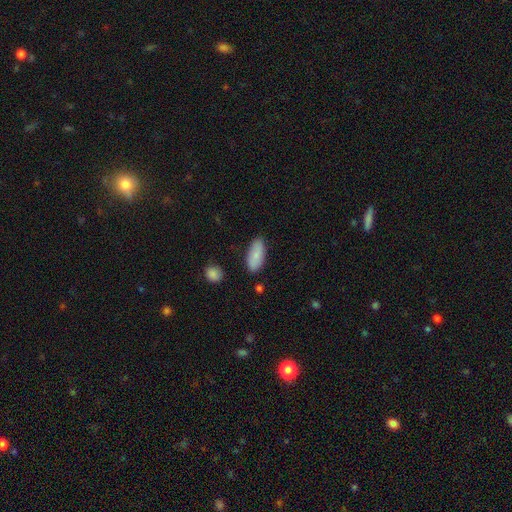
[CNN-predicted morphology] smooth-or-featured: smooth: 85% | featured or disk: 9% | star or artifact: 6%
  how-rounded: in between: 86% | cigar-shaped: 12% | round: 2%
  merging: none: 84% | minor disturbance: 12% | major disturbance: 2% | merger: 2%